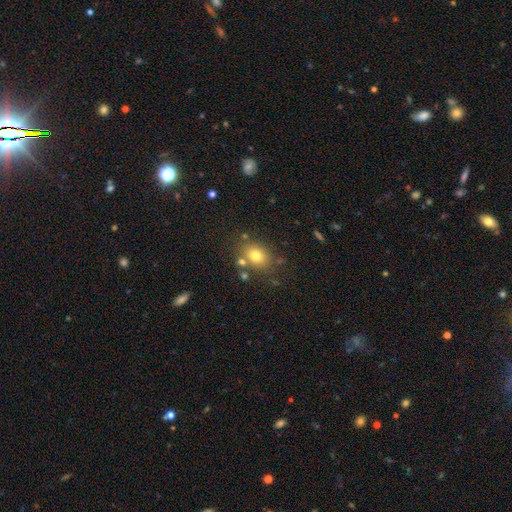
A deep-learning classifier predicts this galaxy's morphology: smooth 75%, star or artifact 13%, featured or disk 12%. Down the decision tree: how rounded — in between (55%); merging — none (72%).